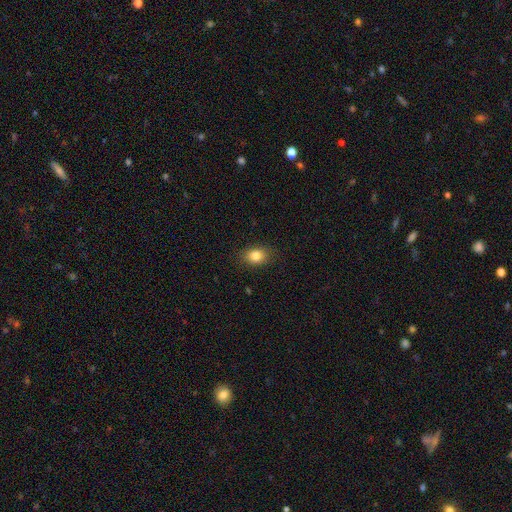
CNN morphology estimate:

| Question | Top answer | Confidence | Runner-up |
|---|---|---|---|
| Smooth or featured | smooth | 84% | star or artifact (9%) |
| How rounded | in between | 66% | round (33%) |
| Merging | none | 85% | minor disturbance (11%) |